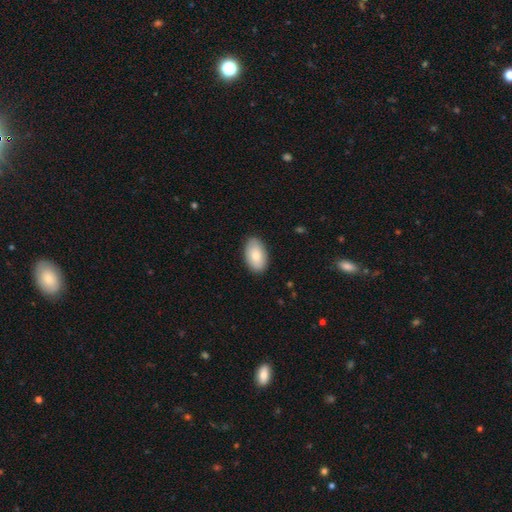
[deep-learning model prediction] Overall: smooth (82%). How rounded: in between (94%). Merging: none (87%).